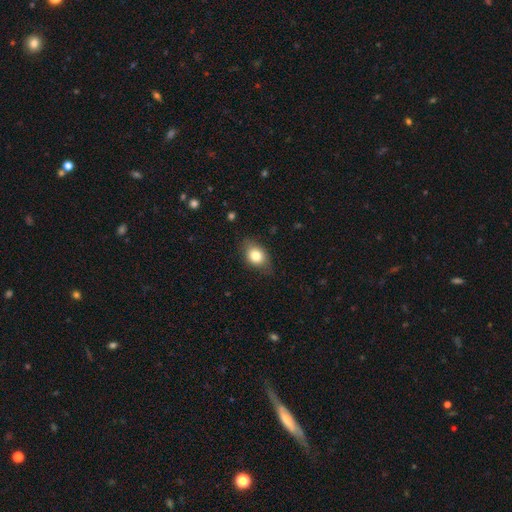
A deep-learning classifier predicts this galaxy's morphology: Smooth or featured?
  - smooth: 79% *
  - featured or disk: 12%
  - star or artifact: 8%
How rounded?
  - in between: 74% *
  - round: 24%
  - cigar-shaped: 2%
Merging?
  - none: 75% *
  - minor disturbance: 19%
  - major disturbance: 4%
  - merger: 1%